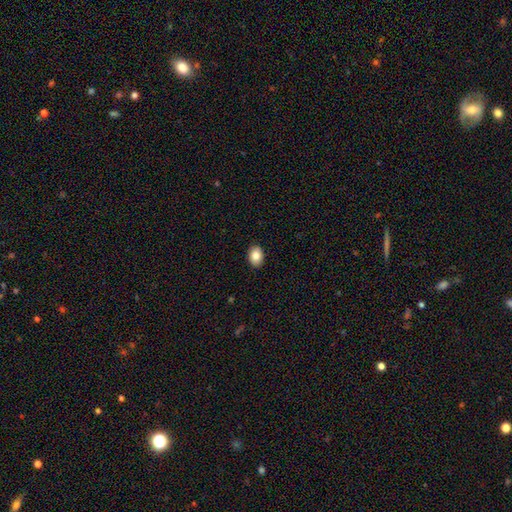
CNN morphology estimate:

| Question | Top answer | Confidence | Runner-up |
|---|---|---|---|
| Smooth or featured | smooth | 83% | featured or disk (9%) |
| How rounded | in between | 74% | round (25%) |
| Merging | none | 90% | minor disturbance (7%) |